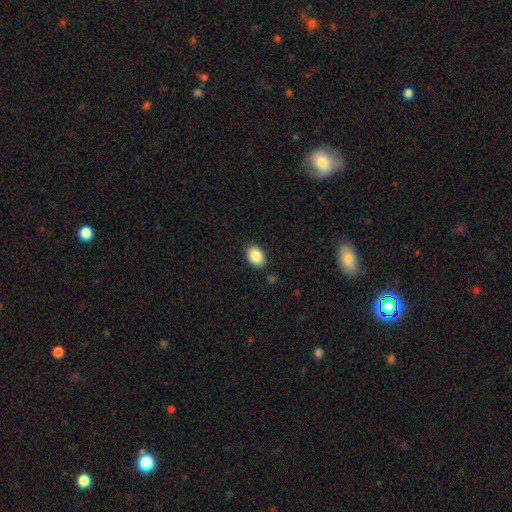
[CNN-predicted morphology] The model was most divided on "how rounded": in between: 81%, round: 18%, cigar-shaped: 1%. More confident: smooth or featured — smooth (87%); merging — none (87%).